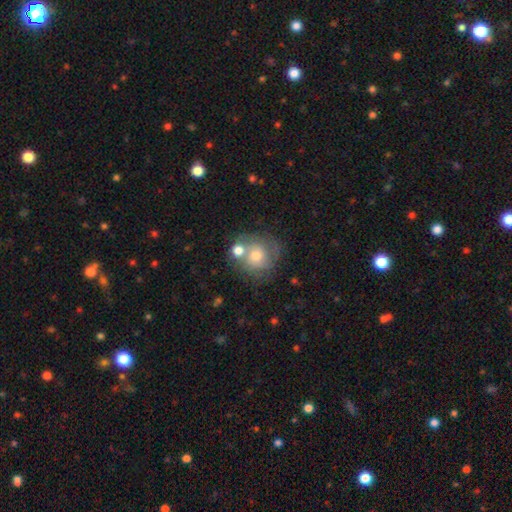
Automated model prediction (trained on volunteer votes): smooth-or-featured: smooth: 51% | featured or disk: 40% | star or artifact: 9%
  how-rounded: round: 82% | in between: 17% | cigar-shaped: 1%
  merging: none: 42% | merger: 35% | minor disturbance: 14% | major disturbance: 8%